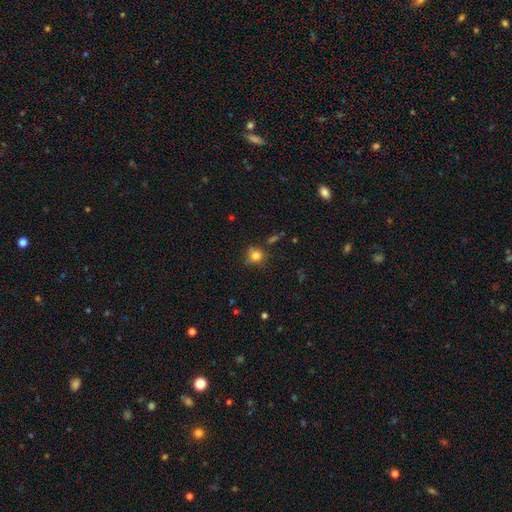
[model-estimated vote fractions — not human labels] Q: Smooth or featured?
A: smooth (77%); runner-up: star or artifact (13%)
Q: How rounded?
A: round (80%); runner-up: in between (19%)
Q: Merging?
A: none (65%); runner-up: minor disturbance (23%)